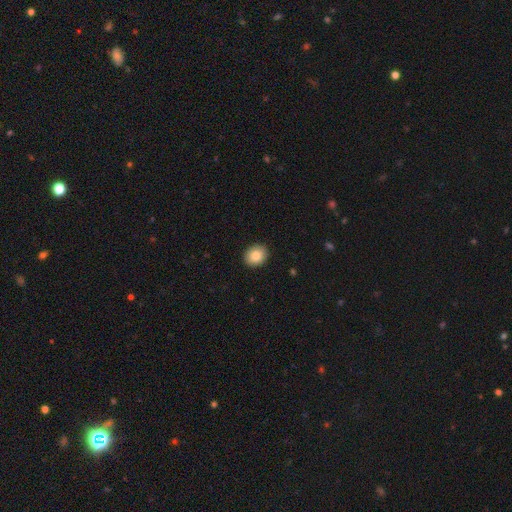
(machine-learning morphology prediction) A smooth galaxy with no disk features (85%) that is round (66%). Merging: none (91%).